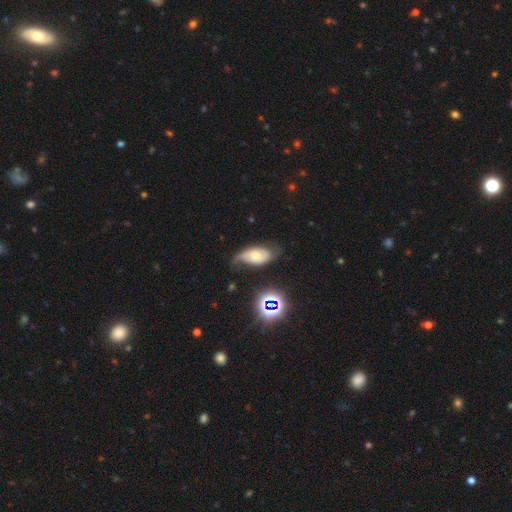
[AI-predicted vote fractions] smooth-or-featured: featured or disk: 59% | smooth: 28% | star or artifact: 13%
  disk-edge-on: no: 91% | yes: 9%
    bar: no: 75% | weak: 19% | strong: 6%
    has-spiral-arms: yes: 77% | no: 23%
    bulge-size: moderate: 61% | small: 31% | large: 5% | none: 1% | dominant: 1%
  merging: none: 53% | minor disturbance: 30% | major disturbance: 15% | merger: 2%